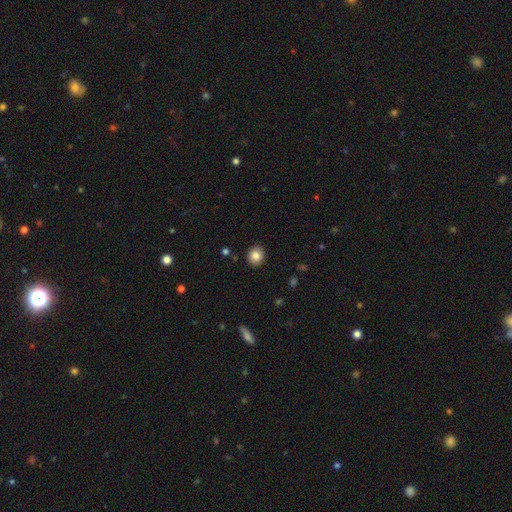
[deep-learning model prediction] smooth-or-featured: smooth: 83% | star or artifact: 9% | featured or disk: 8%
  how-rounded: round: 80% | in between: 19% | cigar-shaped: 1%
  merging: none: 91% | minor disturbance: 6% | major disturbance: 2% | merger: 1%